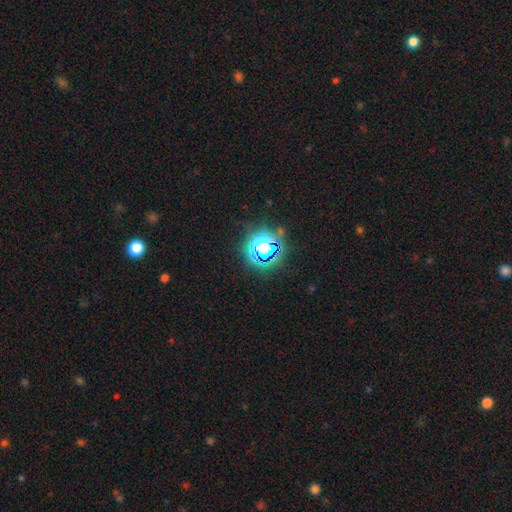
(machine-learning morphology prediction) type=star or artifact (67%).